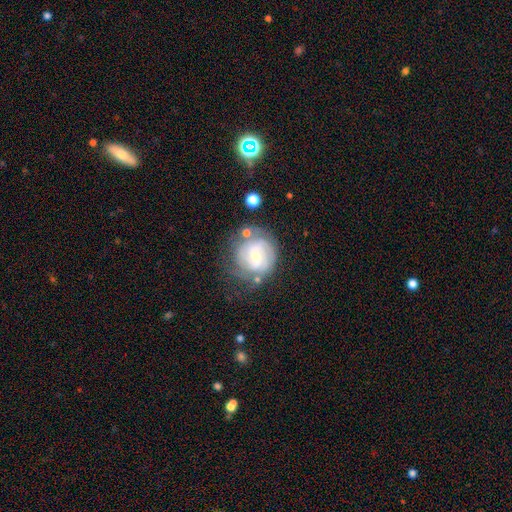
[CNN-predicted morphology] smooth_or_featured: featured or disk (p=0.77) [alt: smooth p=0.17]
disk_edge_on: no (p=0.98) [alt: yes p=0.02]
bar: weak (p=0.54) [alt: no p=0.31]
has_spiral_arms: yes (p=0.92) [alt: no p=0.08]
spiral_winding: tight (p=0.59) [alt: medium p=0.32]
spiral_arm_count: 2 (p=0.36) [alt: can't tell p=0.32]
bulge_size: small (p=0.63) [alt: moderate p=0.31]
merging: none (p=0.60) [alt: minor disturbance p=0.21]